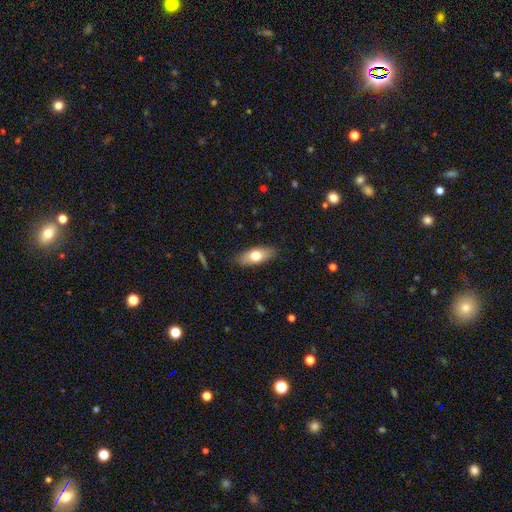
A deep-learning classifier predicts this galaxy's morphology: Q: Smooth or featured?
A: smooth (67%); runner-up: featured or disk (26%)
Q: How rounded?
A: in between (79%); runner-up: cigar-shaped (18%)
Q: Merging?
A: none (86%); runner-up: minor disturbance (11%)